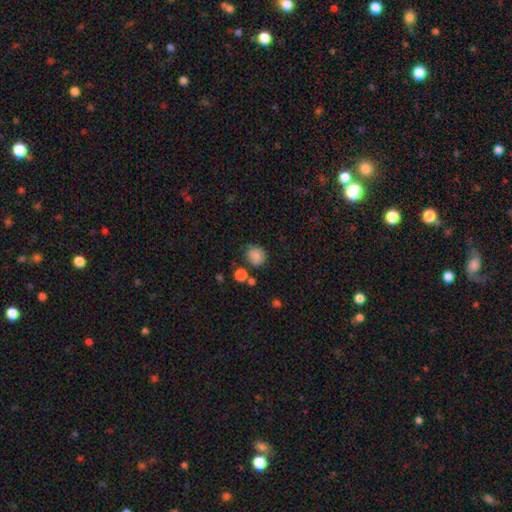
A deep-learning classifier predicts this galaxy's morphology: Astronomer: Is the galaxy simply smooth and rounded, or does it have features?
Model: smooth — 83%.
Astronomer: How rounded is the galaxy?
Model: round — 76%.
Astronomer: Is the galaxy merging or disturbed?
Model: none — 70%.